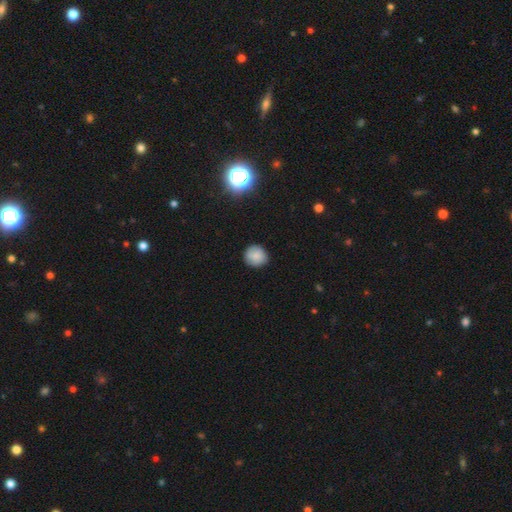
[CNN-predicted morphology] Overall: smooth (84%). How rounded: round (91%). Merging: none (87%).